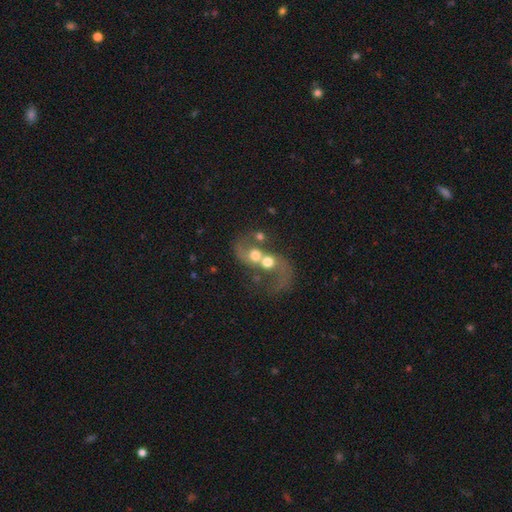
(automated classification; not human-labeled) This appears to be a featured or disk galaxy (58%) with no bar (77%), spiral arms (66%) and a moderate central bulge (50%). Merging: merger (75%).